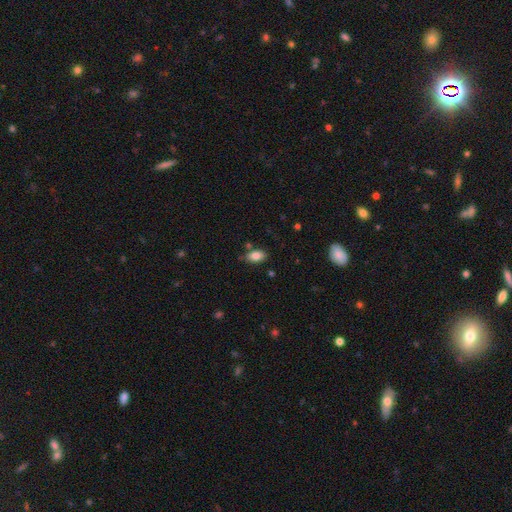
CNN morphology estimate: Q: Smooth or featured?
A: smooth (85%); runner-up: star or artifact (8%)
Q: How rounded?
A: in between (91%); runner-up: round (6%)
Q: Merging?
A: none (74%); runner-up: minor disturbance (17%)